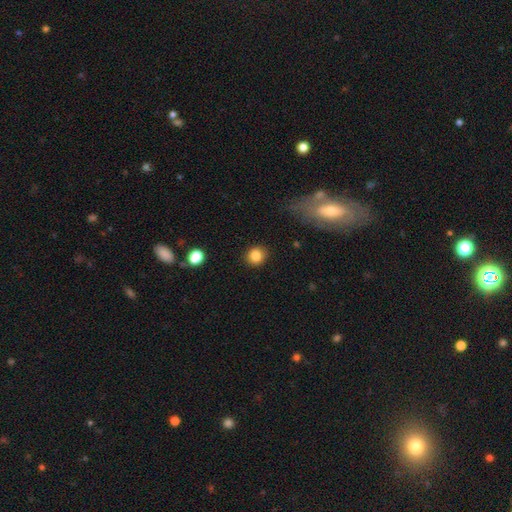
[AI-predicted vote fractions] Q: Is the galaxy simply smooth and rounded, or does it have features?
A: smooth — 84%.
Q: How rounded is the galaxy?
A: round — 88%.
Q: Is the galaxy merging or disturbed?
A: none — 90%.